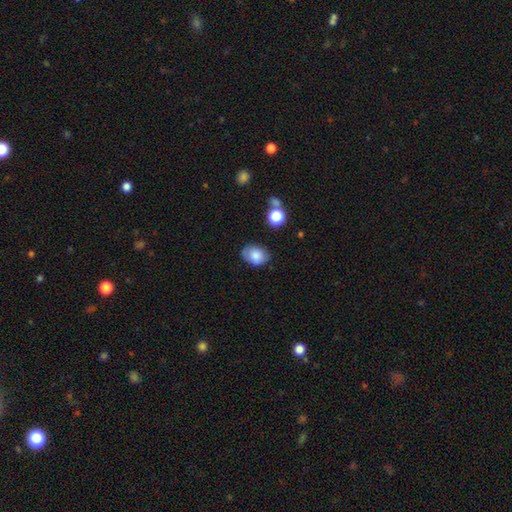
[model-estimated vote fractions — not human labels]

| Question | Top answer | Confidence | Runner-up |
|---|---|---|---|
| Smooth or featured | smooth | 80% | featured or disk (12%) |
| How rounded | in between | 73% | round (26%) |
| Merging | none | 73% | minor disturbance (21%) |